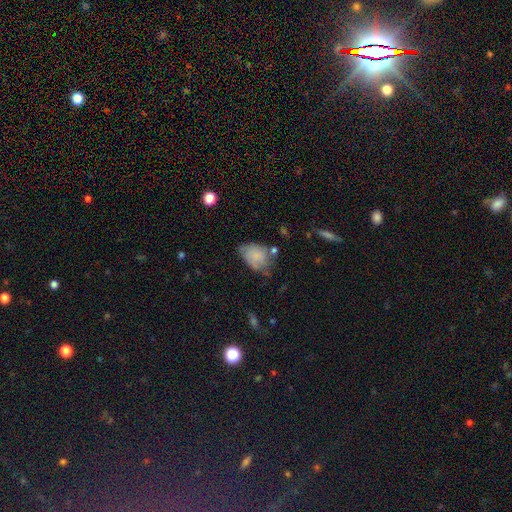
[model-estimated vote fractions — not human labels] Morphology: type=smooth (73%); roundness=in between (75%); merging=none (43%).